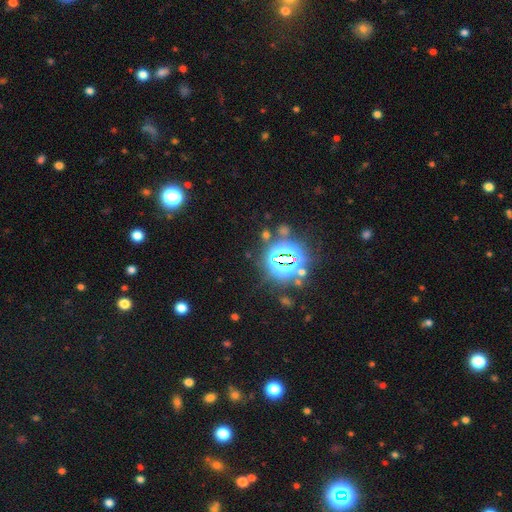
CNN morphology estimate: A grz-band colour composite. It shows a star or artifact, not a galaxy (81%).